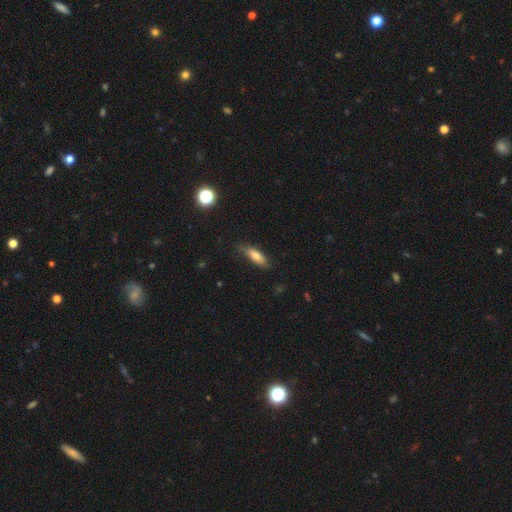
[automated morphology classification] Smooth or featured?
  - smooth: 72% *
  - featured or disk: 20%
  - star or artifact: 7%
How rounded?
  - in between: 51% *
  - cigar-shaped: 47%
  - round: 2%
Merging?
  - none: 69% *
  - minor disturbance: 24%
  - major disturbance: 5%
  - merger: 1%